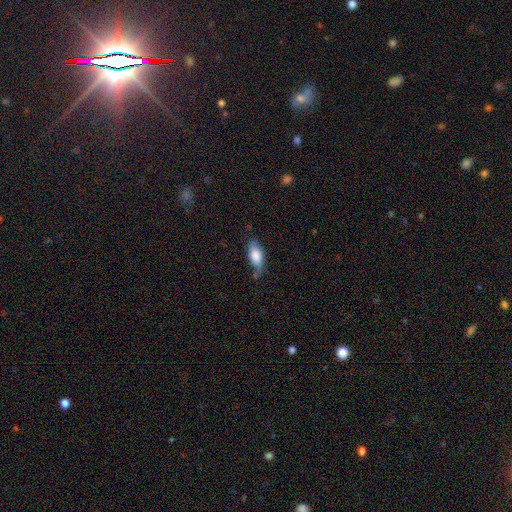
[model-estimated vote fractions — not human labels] Overall: smooth (77%). How rounded: in between (85%). Merging: none (54%; minor disturbance 34%).